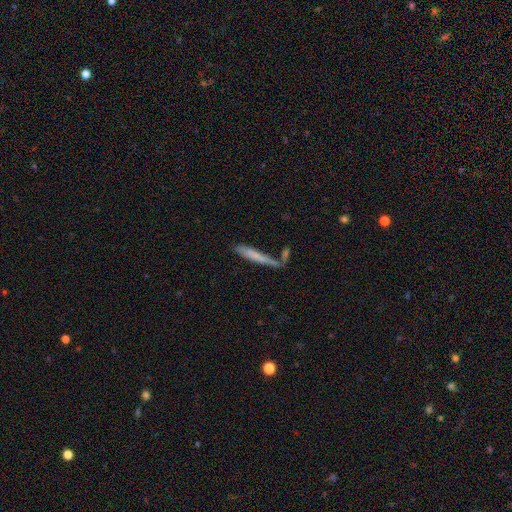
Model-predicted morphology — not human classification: smooth-or-featured: smooth: 62% | featured or disk: 30% | star or artifact: 8%
  how-rounded: cigar-shaped: 92% | in between: 7% | round: 1%
  merging: none: 59% | merger: 19% | minor disturbance: 16% | major disturbance: 7%